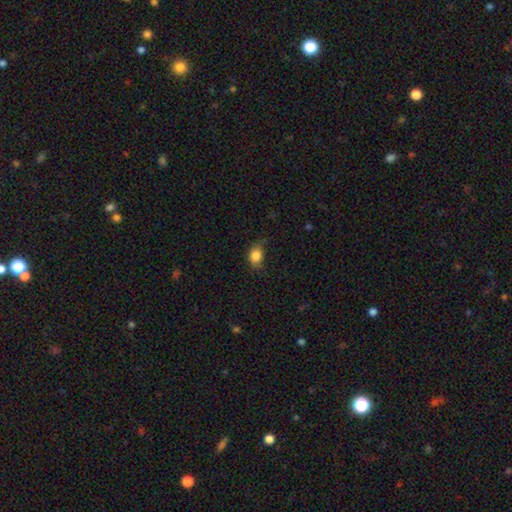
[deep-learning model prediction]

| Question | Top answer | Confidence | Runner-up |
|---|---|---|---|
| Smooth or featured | smooth | 85% | star or artifact (9%) |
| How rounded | in between | 67% | round (31%) |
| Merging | none | 67% | minor disturbance (26%) |